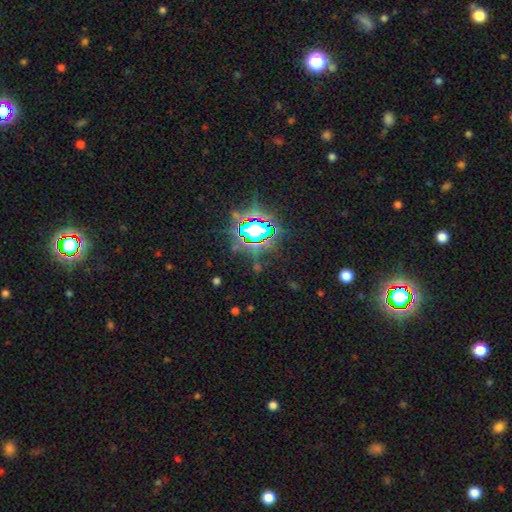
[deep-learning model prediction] This appears to be a star or artifact, not a galaxy (82%).